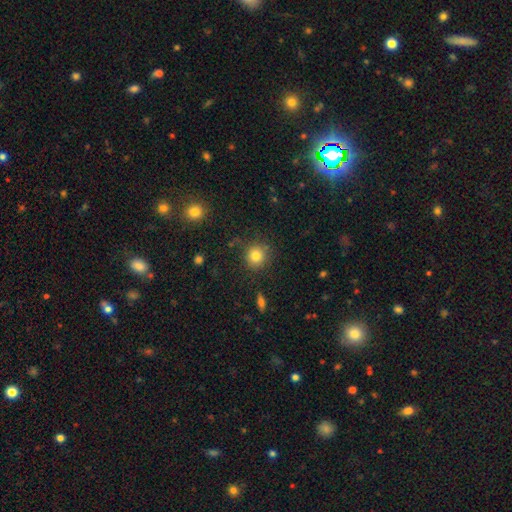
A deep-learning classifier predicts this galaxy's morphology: smooth-or-featured: smooth: 81% | star or artifact: 12% | featured or disk: 7%
  how-rounded: round: 90% | in between: 9% | cigar-shaped: 1%
  merging: none: 84% | minor disturbance: 11% | major disturbance: 3% | merger: 2%